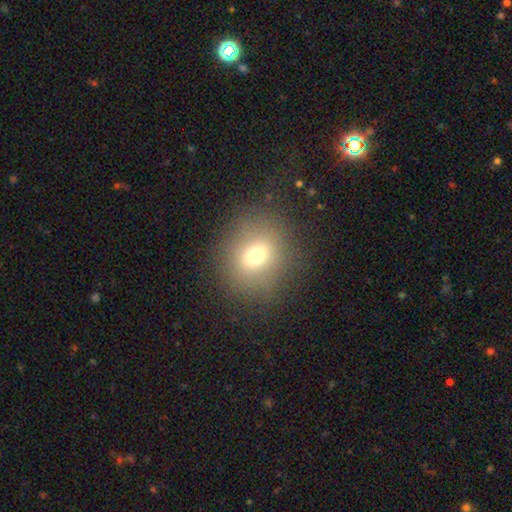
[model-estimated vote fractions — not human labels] Smooth or featured? Predicted: smooth (p=0.69). How rounded? Predicted: round (p=0.77). Merging? Predicted: none (p=0.84).